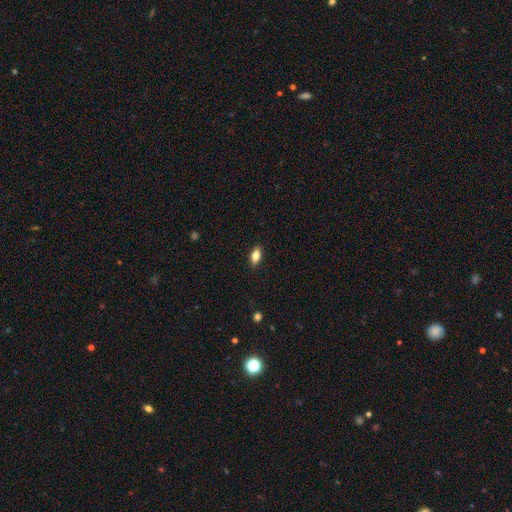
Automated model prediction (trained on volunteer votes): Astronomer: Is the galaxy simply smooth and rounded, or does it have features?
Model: smooth — 79%.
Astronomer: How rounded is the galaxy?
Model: in between — 86%.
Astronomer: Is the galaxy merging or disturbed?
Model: none — 89%.